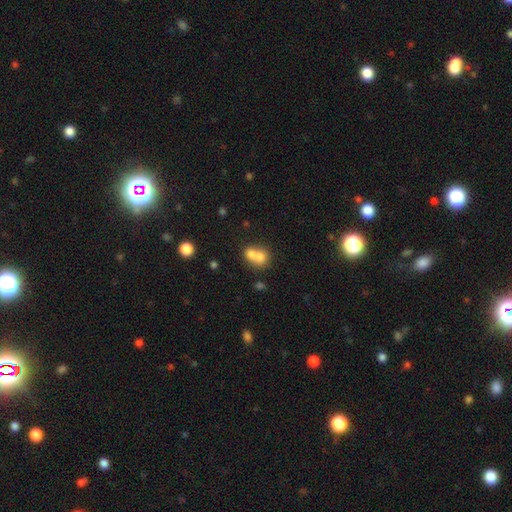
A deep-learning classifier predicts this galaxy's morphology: This is likely a smooth galaxy (71%). How rounded: likely round (63%). Merging: likely merger (67%).